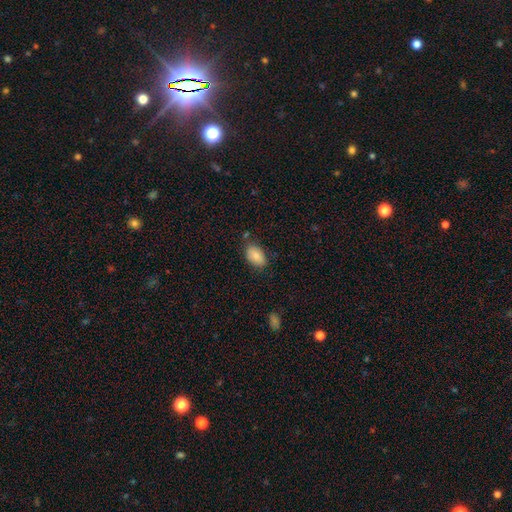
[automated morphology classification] Overall: smooth (85%). How rounded: in between (92%). Merging: none (77%).